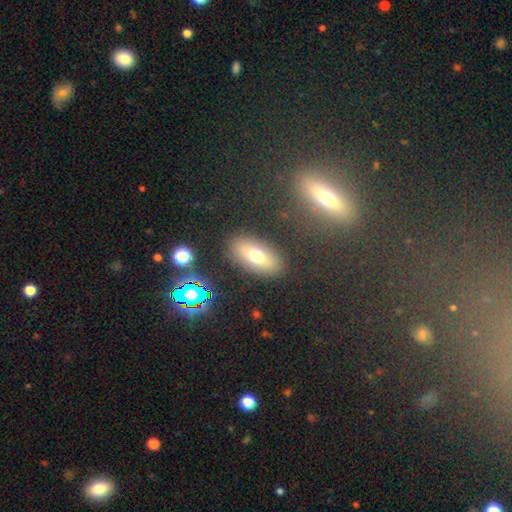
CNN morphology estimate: Smooth or featured? smooth (65%)
How rounded? in between (86%)
Merging? none (85%)